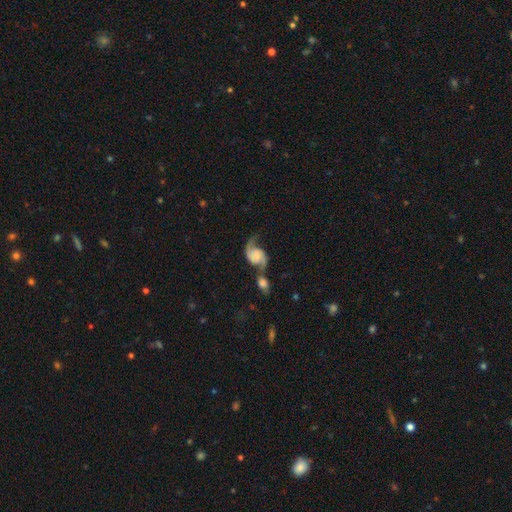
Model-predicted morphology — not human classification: A featured or disk galaxy (84%) with no bar (62%), 2 (91%) loose (59%) spiral arms (97%) and no central bulge (40%).

Vote fractions:
- Smooth or featured? featured or disk: 84% / smooth: 10% / star or artifact: 6%
- Edge-on disk? no: 97% / yes: 3%
- Bar? no: 62% / weak: 31% / strong: 8%
- Spiral arms? yes: 97% / no: 3%
- Spiral winding? loose: 59% / medium: 33% / tight: 8%
- Spiral arm count? 2: 91% / 1: 4% / can't tell: 2% / 3: 1% / 4: 1% / more than 4: 1%
- Bulge size? none: 40% / small: 24% / moderate: 17% / large: 14% / dominant: 5%
- Merging? merger: 39% / none: 36% / minor disturbance: 14% / major disturbance: 11%